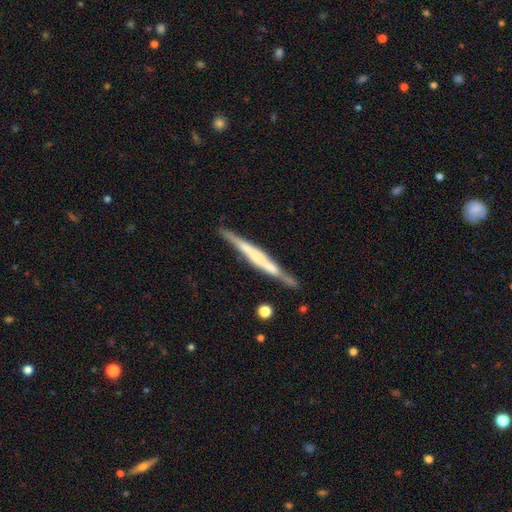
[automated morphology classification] Smooth or featured? Predicted: featured or disk (p=0.62). Edge-on disk? Predicted: yes (p=0.95). Edge-on bulge? Predicted: none (p=0.60). Merging? Predicted: none (p=0.81).